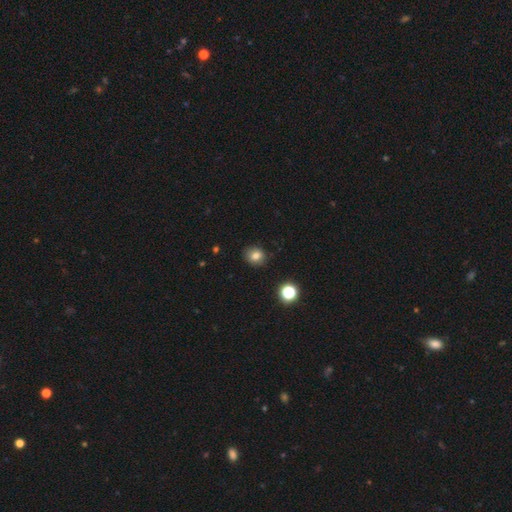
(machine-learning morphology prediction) Smooth or featured? Predicted: smooth (p=0.80). How rounded? Predicted: round (p=0.70). Merging? Predicted: none (p=0.84).